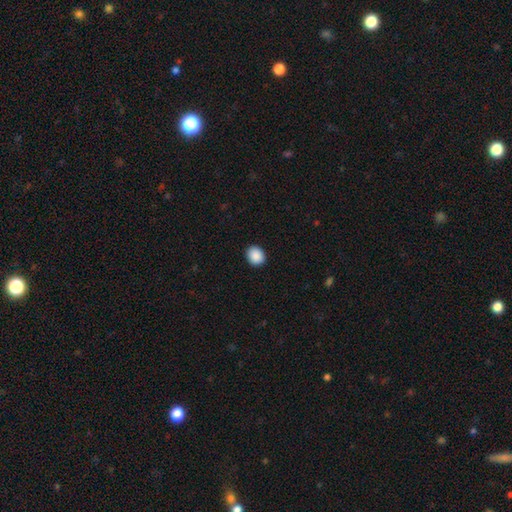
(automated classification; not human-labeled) The model was most divided on "how rounded": round: 65%, in between: 34%, cigar-shaped: 1%. More confident: merging — none (91%); smooth or featured — smooth (90%).